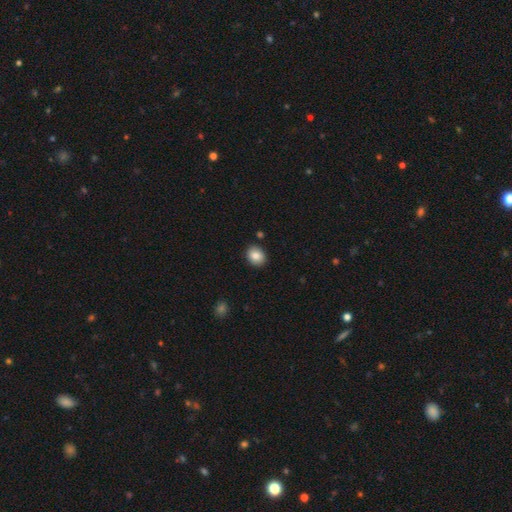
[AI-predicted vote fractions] Smooth or featured?
  - smooth: 86% *
  - star or artifact: 8%
  - featured or disk: 6%
How rounded?
  - round: 50% *
  - in between: 49%
  - cigar-shaped: 1%
Merging?
  - none: 88% *
  - minor disturbance: 8%
  - merger: 2%
  - major disturbance: 2%